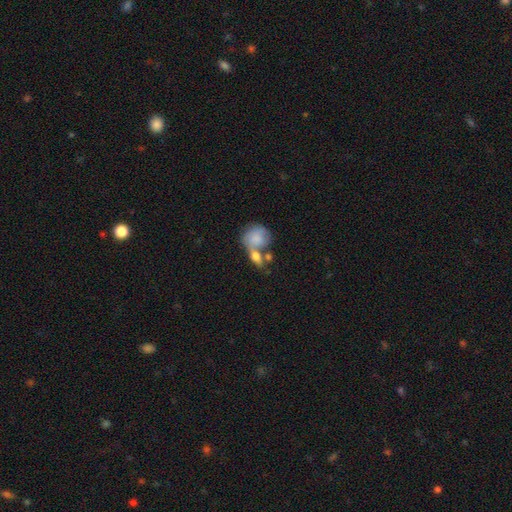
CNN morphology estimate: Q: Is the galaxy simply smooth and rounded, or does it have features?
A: smooth — 73%.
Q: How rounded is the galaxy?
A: in between — 56%.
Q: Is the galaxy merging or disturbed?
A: merger — 52%.